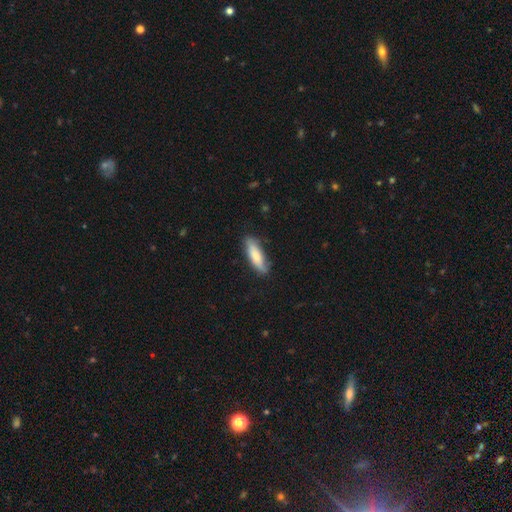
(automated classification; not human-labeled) Smooth or featured: smooth — 75% (featured or disk — 19%)
How rounded: cigar-shaped — 52% (in between — 46%)
Merging: none — 75% (minor disturbance — 19%)